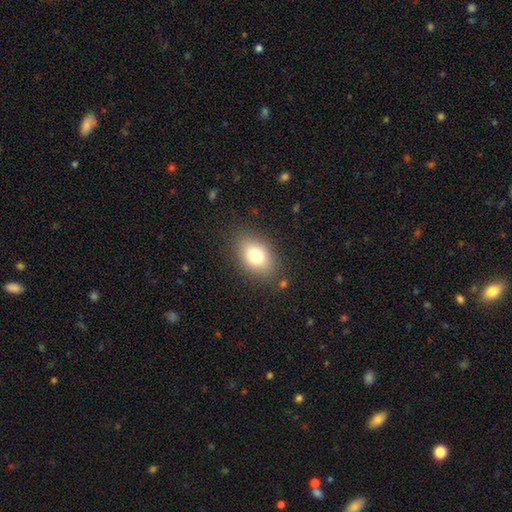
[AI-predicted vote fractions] Morphology: type=smooth (77%); roundness=in between (80%); merging=none (83%).